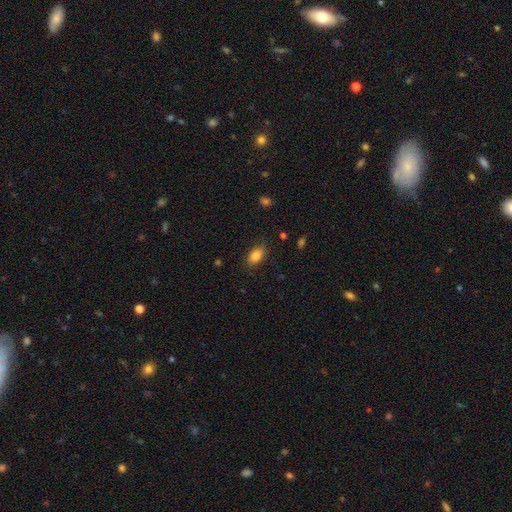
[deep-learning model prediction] smooth-or-featured: smooth: 85% | star or artifact: 8% | featured or disk: 7%
  how-rounded: in between: 88% | round: 10% | cigar-shaped: 2%
  merging: none: 85% | minor disturbance: 11% | major disturbance: 3% | merger: 1%